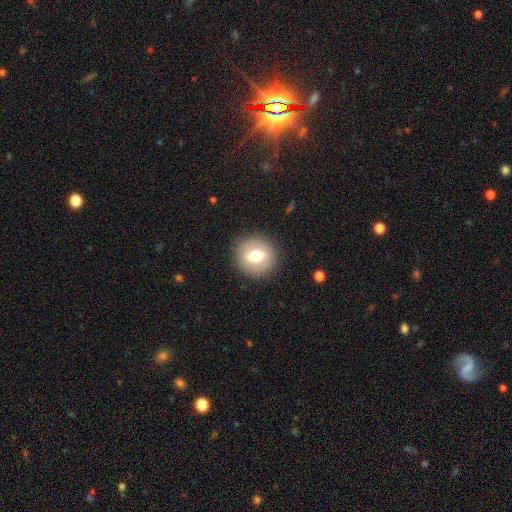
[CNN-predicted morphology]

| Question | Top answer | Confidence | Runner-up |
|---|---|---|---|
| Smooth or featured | smooth | 64% | featured or disk (28%) |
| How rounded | round | 85% | in between (14%) |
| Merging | none | 88% | minor disturbance (8%) |